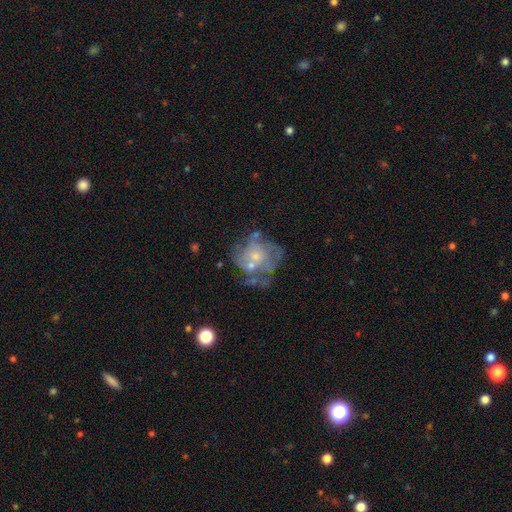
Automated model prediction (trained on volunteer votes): smooth-or-featured: featured or disk: 67% | smooth: 22% | star or artifact: 11%
  disk-edge-on: no: 98% | yes: 2%
    bar: no: 83% | weak: 14% | strong: 3%
    has-spiral-arms: no: 52% | yes: 48%
    bulge-size: small: 60% | moderate: 28% | none: 9% | large: 2% | dominant: 1%
  merging: none: 42% | major disturbance: 24% | minor disturbance: 20% | merger: 14%